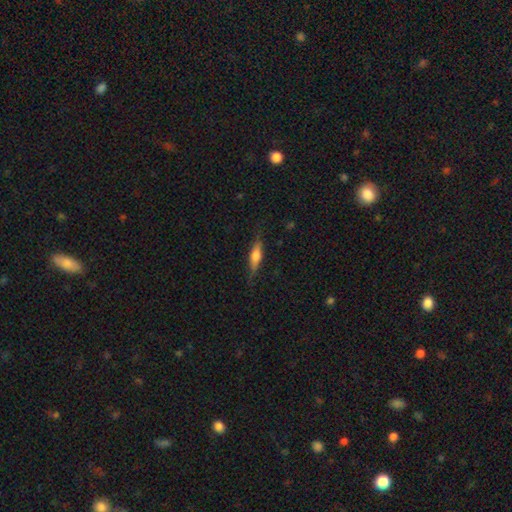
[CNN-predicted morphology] Overall: smooth (50%; featured or disk 44%). Merging: none (79%).